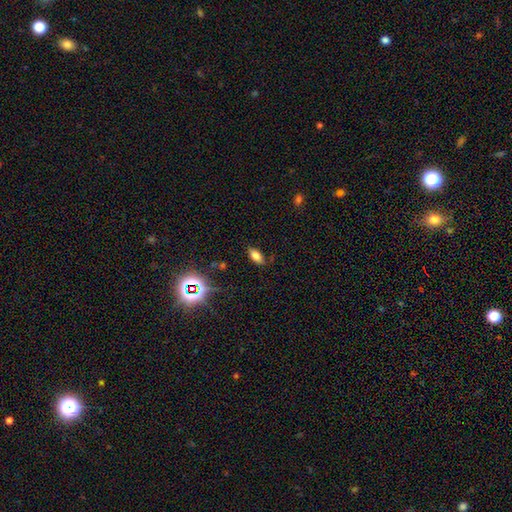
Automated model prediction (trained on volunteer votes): Morphology: type=smooth (74%); roundness=in between (88%); merging=none (81%).